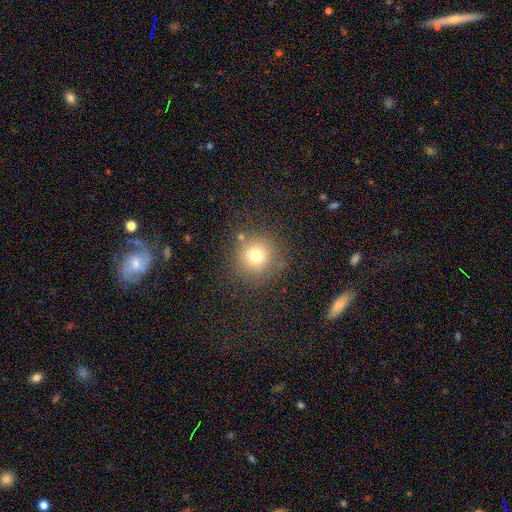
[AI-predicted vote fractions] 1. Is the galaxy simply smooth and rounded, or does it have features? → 73% smooth, 17% star or artifact, 11% featured or disk.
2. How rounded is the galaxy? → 94% round, 5% in between, 1% cigar-shaped.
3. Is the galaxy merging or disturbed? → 83% none, 10% minor disturbance, 5% major disturbance, 3% merger.